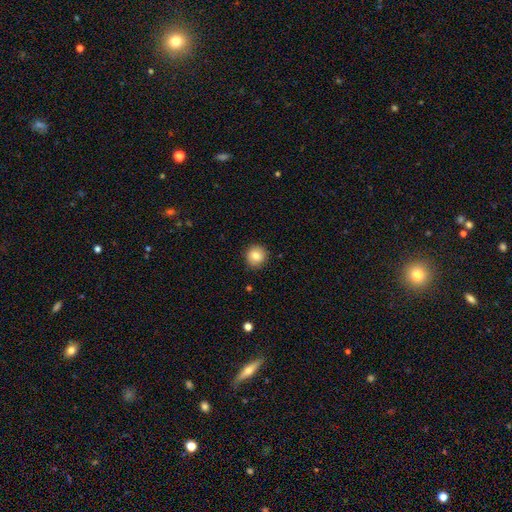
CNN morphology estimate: Smooth or featured?
  - smooth: 80% *
  - featured or disk: 11%
  - star or artifact: 9%
How rounded?
  - round: 92% *
  - in between: 7%
  - cigar-shaped: 1%
Merging?
  - none: 89% *
  - minor disturbance: 8%
  - major disturbance: 2%
  - merger: 1%